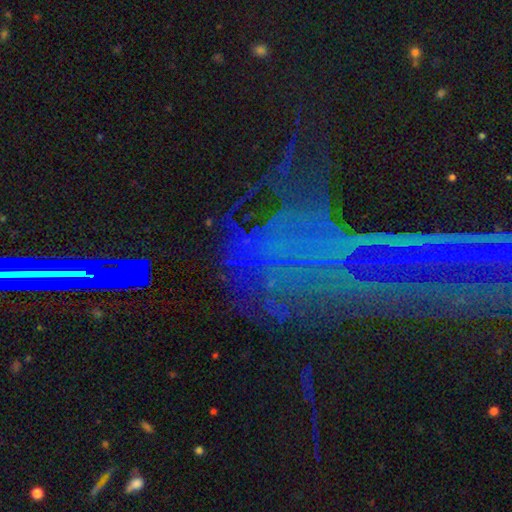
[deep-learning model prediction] smooth_or_featured: star or artifact (p=0.67) [alt: featured or disk p=0.20]